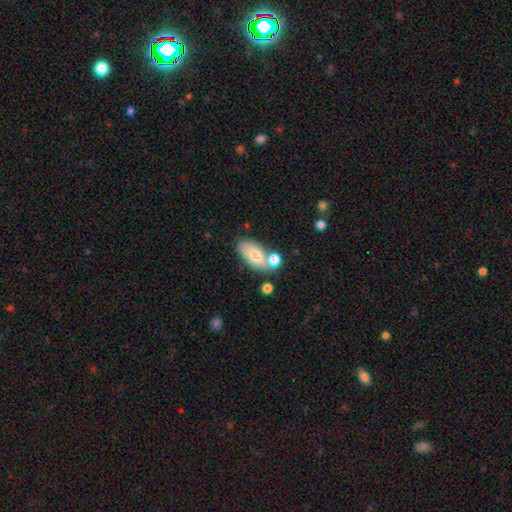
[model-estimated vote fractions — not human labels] Morphology: type=smooth (72%); roundness=in between (91%); merging=none (49%).